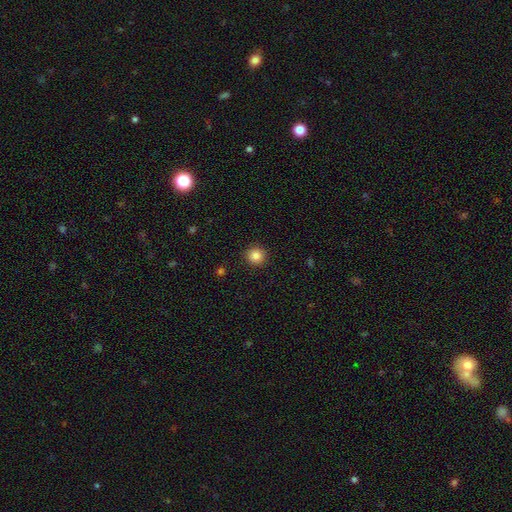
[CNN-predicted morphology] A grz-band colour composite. It shows a smooth galaxy with no disk features (85%) that is round (94%). Merging: none (92%).